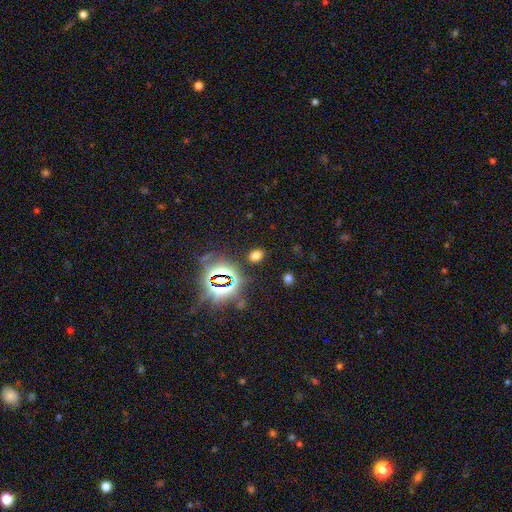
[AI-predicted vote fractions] A smooth galaxy with no disk features (61%) that is in between round and cigar-shaped (63%).

Vote fractions:
- Smooth or featured? smooth: 61% / star or artifact: 33% / featured or disk: 7%
- How rounded? in between: 63% / round: 36% / cigar-shaped: 2%
- Merging? none: 86% / minor disturbance: 8% / major disturbance: 3% / merger: 2%